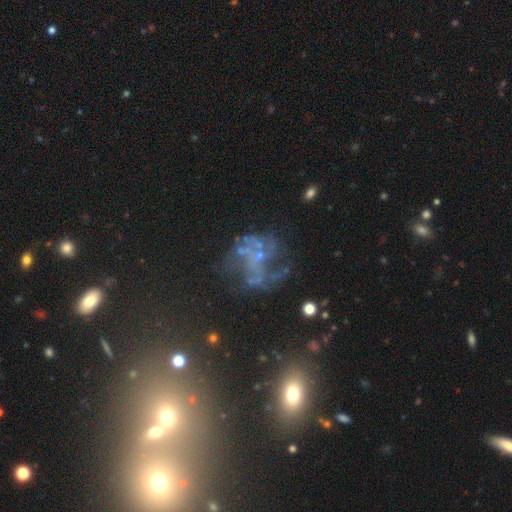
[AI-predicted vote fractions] This is likely a featured or disk galaxy (64%). It is clearly not viewed edge-on (98%). Bar: likely no (78%). Spiral arm pattern: possibly no (53%). Central bulge: possibly none (56%). Merging: marginally none (40%).